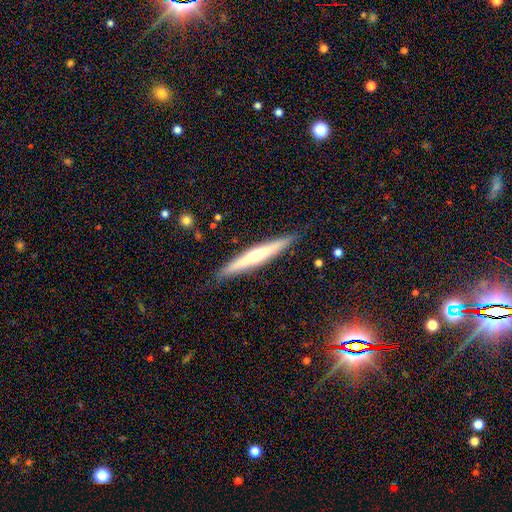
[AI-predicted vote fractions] This appears to be a featured or disk galaxy (57%) viewed edge-on (96%) with a rounded central bulge (68%). Merging: none (89%).